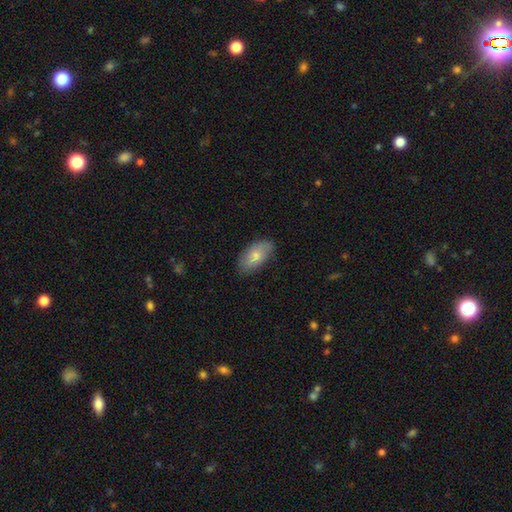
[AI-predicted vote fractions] A smooth galaxy with no disk features (69%) that is in between round and cigar-shaped (93%).

Vote fractions:
- Smooth or featured? smooth: 69% / featured or disk: 25% / star or artifact: 6%
- How rounded? in between: 93% / round: 4% / cigar-shaped: 4%
- Merging? none: 78% / minor disturbance: 18% / major disturbance: 3% / merger: 1%